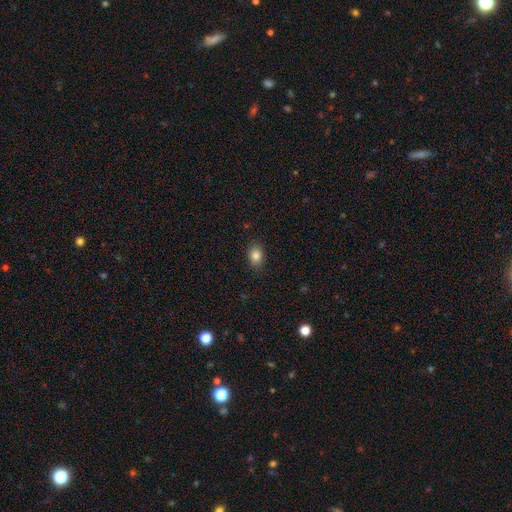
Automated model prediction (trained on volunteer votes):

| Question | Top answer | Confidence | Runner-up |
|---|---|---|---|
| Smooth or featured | smooth | 85% | star or artifact (10%) |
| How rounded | in between | 67% | round (32%) |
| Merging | none | 87% | minor disturbance (10%) |